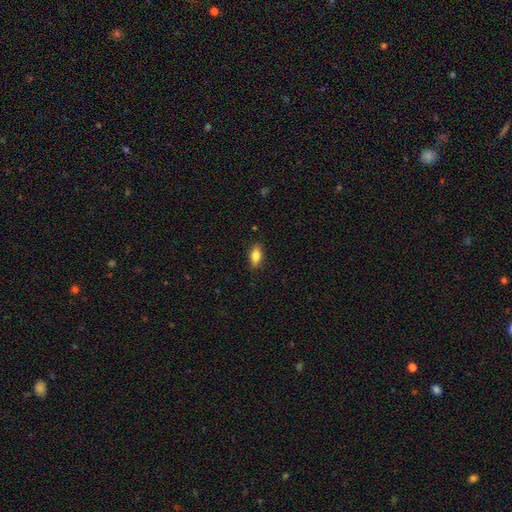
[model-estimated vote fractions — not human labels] A smooth galaxy with no disk features (79%) that is in between round and cigar-shaped (83%).

Vote fractions:
- Smooth or featured? smooth: 79% / featured or disk: 14% / star or artifact: 7%
- How rounded? in between: 83% / cigar-shaped: 14% / round: 4%
- Merging? none: 86% / minor disturbance: 11% / major disturbance: 2% / merger: 1%